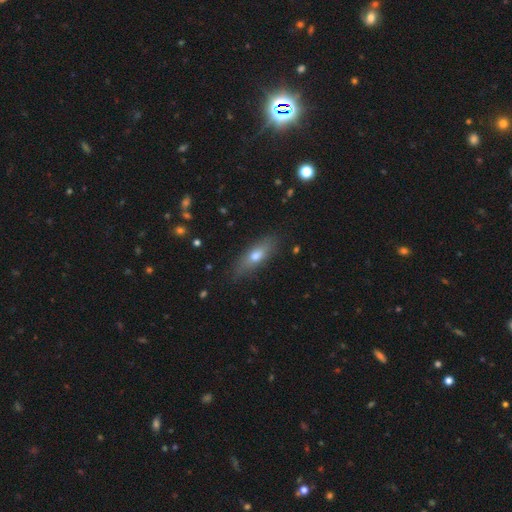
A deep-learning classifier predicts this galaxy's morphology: type=smooth (65%); roundness=in between (55%); merging=none (82%).